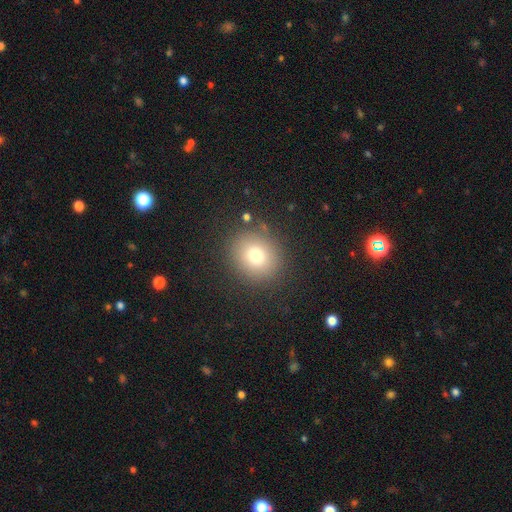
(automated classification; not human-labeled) smooth-or-featured: smooth: 75% | star or artifact: 14% | featured or disk: 11%
  how-rounded: round: 79% | in between: 20% | cigar-shaped: 1%
  merging: none: 86% | minor disturbance: 8% | major disturbance: 4% | merger: 2%